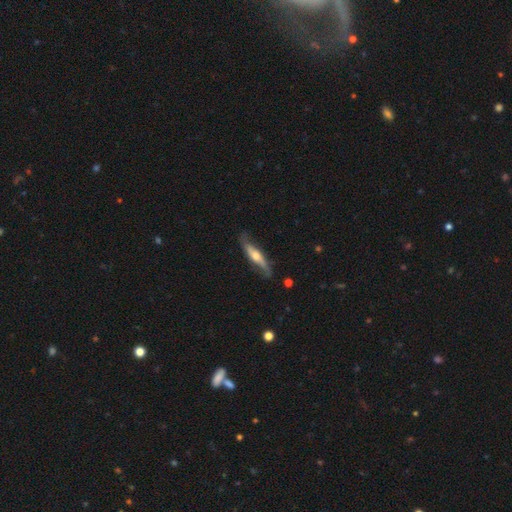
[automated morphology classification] A featured or disk galaxy (68%) viewed edge-on (64%). Merging: none (71%).